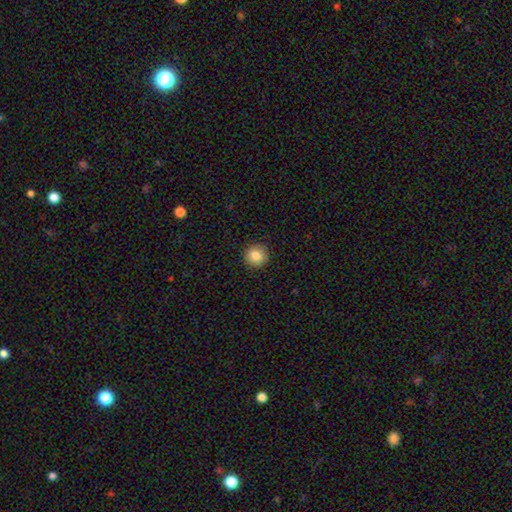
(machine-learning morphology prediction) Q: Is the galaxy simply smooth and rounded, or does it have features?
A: smooth — 83%.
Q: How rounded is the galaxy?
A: round — 94%.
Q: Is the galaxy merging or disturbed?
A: none — 92%.